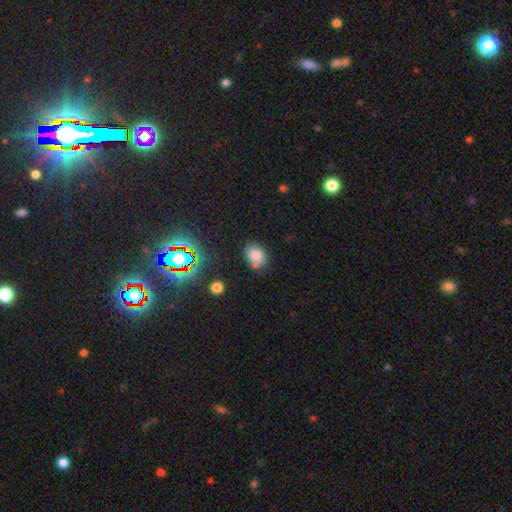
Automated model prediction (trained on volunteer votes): This is likely a smooth galaxy (78%). How rounded: possibly in between (59%). Merging: likely none (66%).